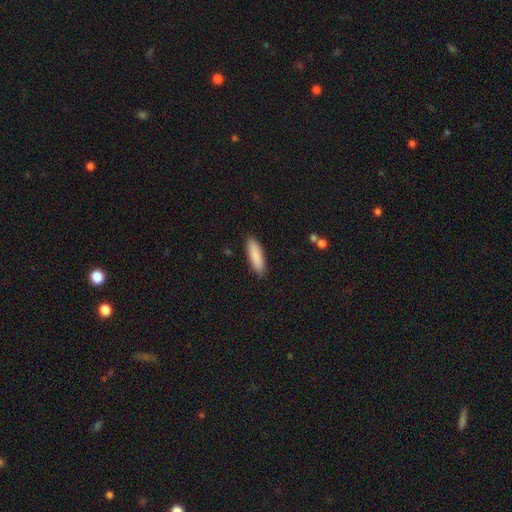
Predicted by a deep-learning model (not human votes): Morphology: type=smooth (88%); roundness=cigar-shaped (55%); merging=none (90%).